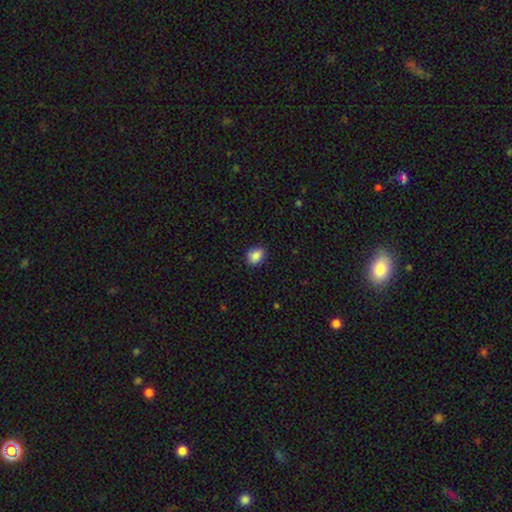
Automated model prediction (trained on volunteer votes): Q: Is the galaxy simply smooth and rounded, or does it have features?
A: smooth — 87%.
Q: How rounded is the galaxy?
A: in between — 52%.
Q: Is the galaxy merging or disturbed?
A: none — 86%.